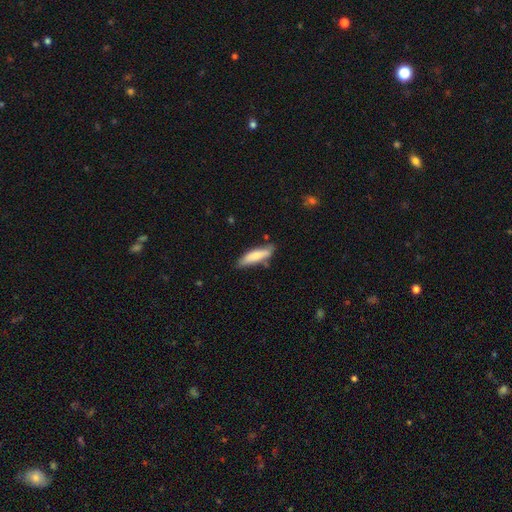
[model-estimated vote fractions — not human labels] A smooth galaxy with no disk features (77%) that is cigar-shaped (64%).

Vote fractions:
- Smooth or featured? smooth: 77% / featured or disk: 17% / star or artifact: 6%
- How rounded? cigar-shaped: 64% / in between: 34% / round: 2%
- Merging? none: 71% / minor disturbance: 21% / merger: 4% / major disturbance: 4%